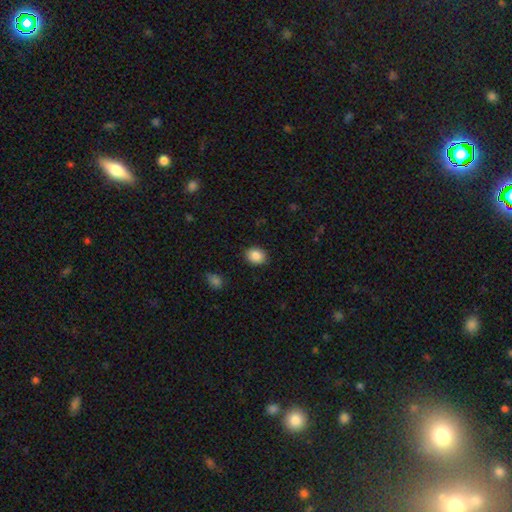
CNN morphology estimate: A smooth galaxy with no disk features (87%) that is round (52%). Merging: none (88%).